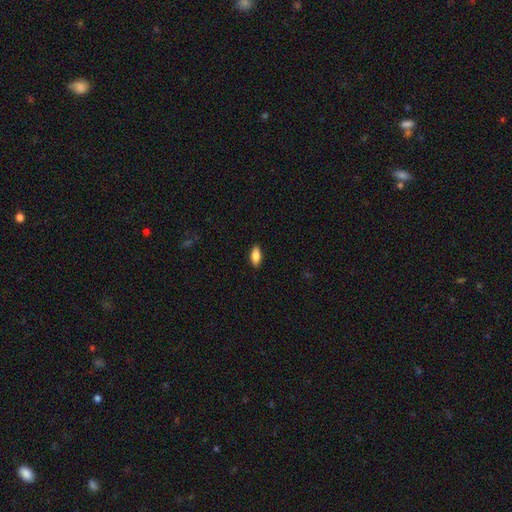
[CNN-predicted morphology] Overall: smooth (84%). How rounded: in between (84%). Merging: none (89%).